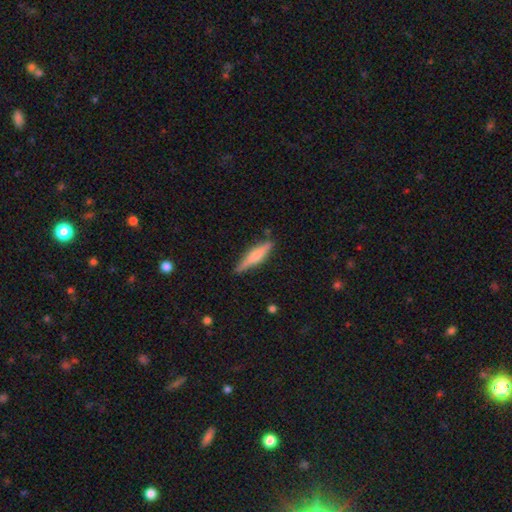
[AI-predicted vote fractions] Smooth or featured? smooth (48%)
Merging? none (82%)